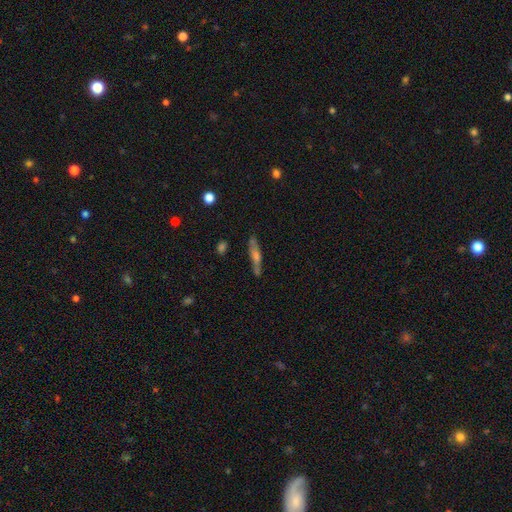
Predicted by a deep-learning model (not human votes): smooth-or-featured: featured or disk: 57% | smooth: 33% | star or artifact: 10%
  disk-edge-on: yes: 86% | no: 14%
  merging: none: 78% | minor disturbance: 14% | major disturbance: 4% | merger: 3%